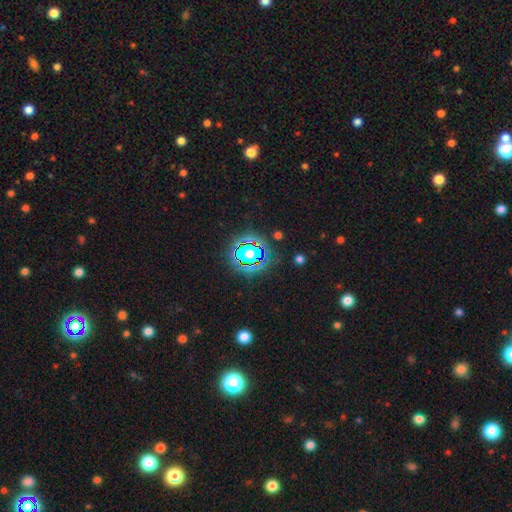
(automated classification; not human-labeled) A star or artifact, not a galaxy (81%).